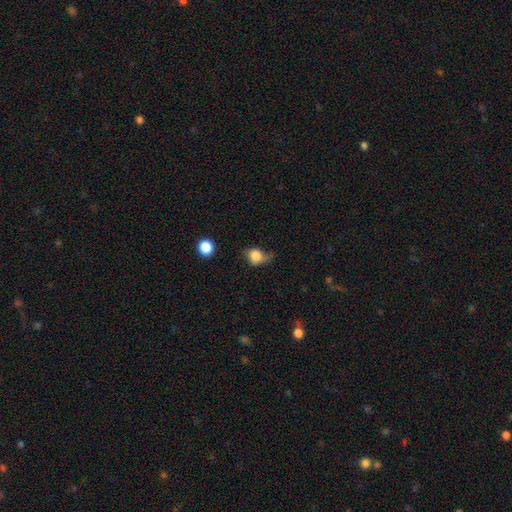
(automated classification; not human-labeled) Smooth or featured?
  - smooth: 78% *
  - featured or disk: 13%
  - star or artifact: 10%
How rounded?
  - round: 62% *
  - in between: 36%
  - cigar-shaped: 1%
Merging?
  - minor disturbance: 36% * (tied)
  - none: 36% * (tied)
  - major disturbance: 23%
  - merger: 4%